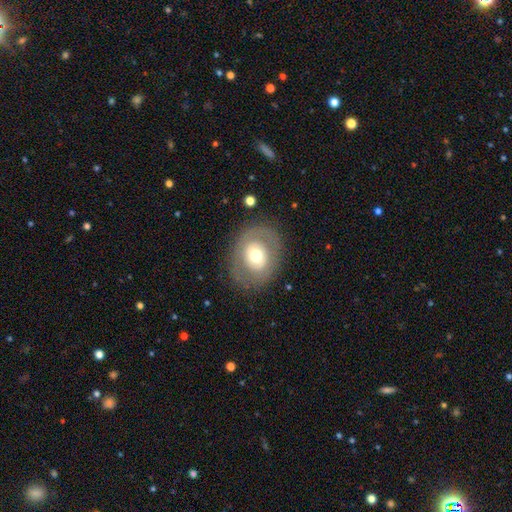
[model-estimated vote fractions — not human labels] Smooth or featured? Predicted: smooth (p=0.49). Merging? Predicted: none (p=0.81).